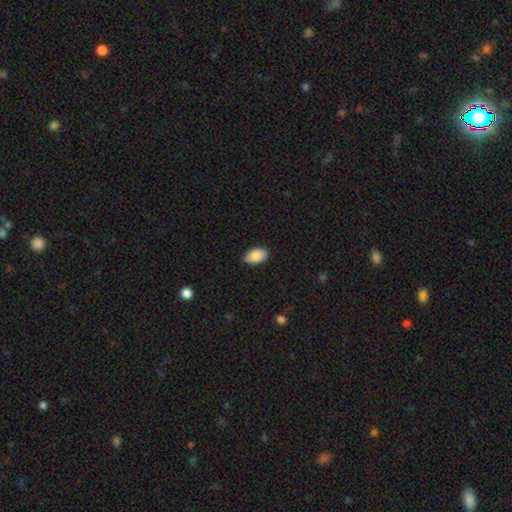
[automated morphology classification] Smooth or featured? smooth (86%)
How rounded? in between (94%)
Merging? none (89%)